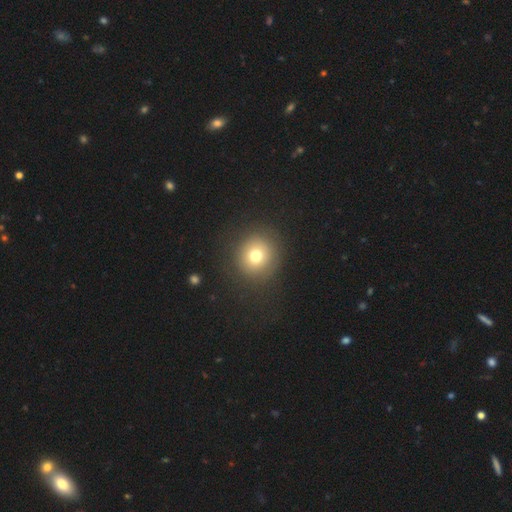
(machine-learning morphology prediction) Smooth or featured: smooth — 74% (star or artifact — 14%)
How rounded: round — 91% (in between — 8%)
Merging: none — 88% (minor disturbance — 7%)